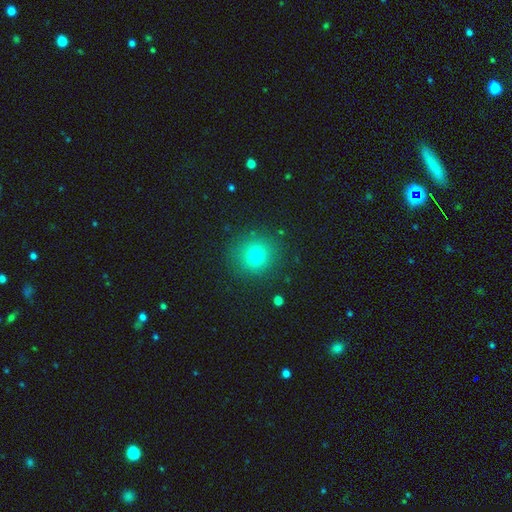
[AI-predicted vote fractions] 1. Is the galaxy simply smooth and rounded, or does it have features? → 74% smooth, 16% star or artifact, 10% featured or disk.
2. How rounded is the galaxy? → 90% round, 9% in between, 1% cigar-shaped.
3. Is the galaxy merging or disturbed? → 88% none, 8% minor disturbance, 3% major disturbance, 2% merger.